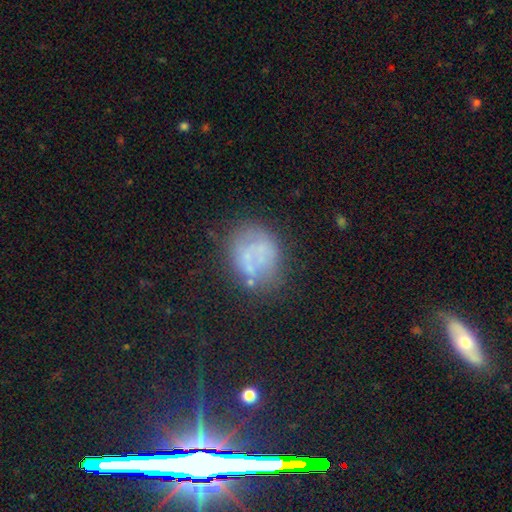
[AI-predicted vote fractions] smooth-or-featured: smooth: 43% | featured or disk: 40% | star or artifact: 16%
  merging: none: 55% | minor disturbance: 22% | major disturbance: 15% | merger: 8%